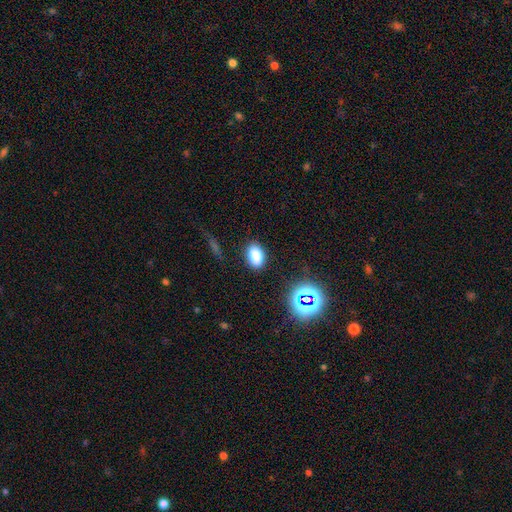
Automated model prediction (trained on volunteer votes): smooth-or-featured: smooth: 80% | star or artifact: 14% | featured or disk: 6%
  how-rounded: in between: 88% | round: 10% | cigar-shaped: 2%
  merging: none: 83% | minor disturbance: 11% | major disturbance: 4% | merger: 2%